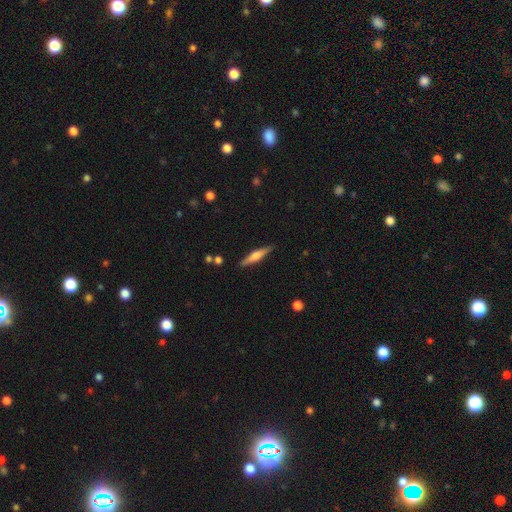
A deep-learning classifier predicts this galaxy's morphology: This appears to be a featured or disk galaxy (58%) viewed edge-on (97%) with a rounded central bulge (79%). Merging: none (89%).